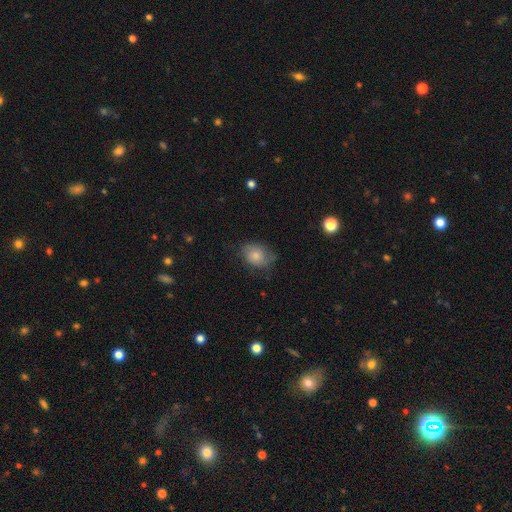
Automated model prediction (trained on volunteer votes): smooth 74%, featured or disk 17%, star or artifact 8%. Down the decision tree: how rounded — in between (60%); merging — none (61%).